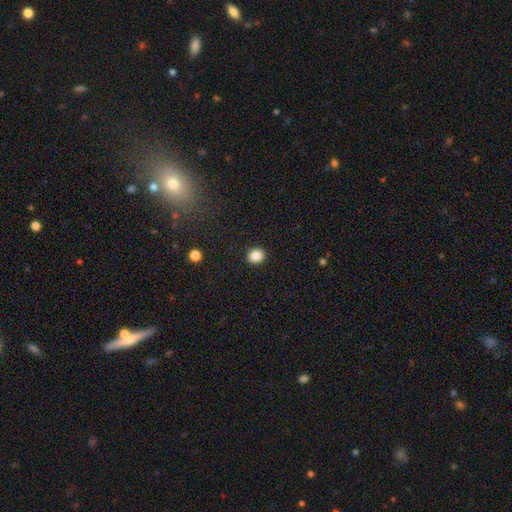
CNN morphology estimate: smooth 87%, star or artifact 10%, featured or disk 3%. Down the decision tree: how rounded — round (64%); merging — none (91%).